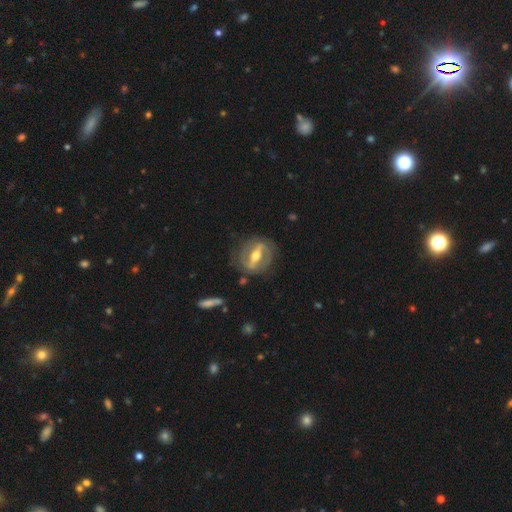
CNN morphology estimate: Smooth or featured?
  - featured or disk: 79% *
  - smooth: 15%
  - star or artifact: 5%
Edge-on disk?
  - no: 85% *
  - yes: 15%
Bar?
  - strong: 71% *
  - weak: 21%
  - no: 9%
Spiral arms?
  - yes: 62% *
  - no: 38%
Bulge size?
  - moderate: 71% *
  - small: 17%
  - large: 11%
  - none: 1%
  - dominant: 1%
Merging?
  - none: 76% *
  - minor disturbance: 15%
  - major disturbance: 7%
  - merger: 2%